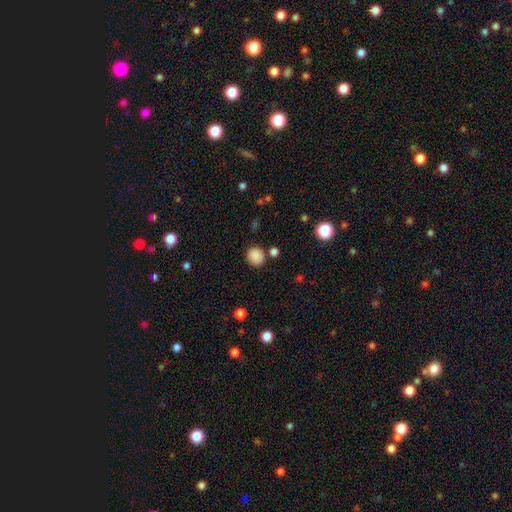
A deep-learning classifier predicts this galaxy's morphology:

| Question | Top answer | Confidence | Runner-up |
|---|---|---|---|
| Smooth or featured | smooth | 86% | star or artifact (10%) |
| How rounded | round | 82% | in between (17%) |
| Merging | none | 82% | minor disturbance (10%) |